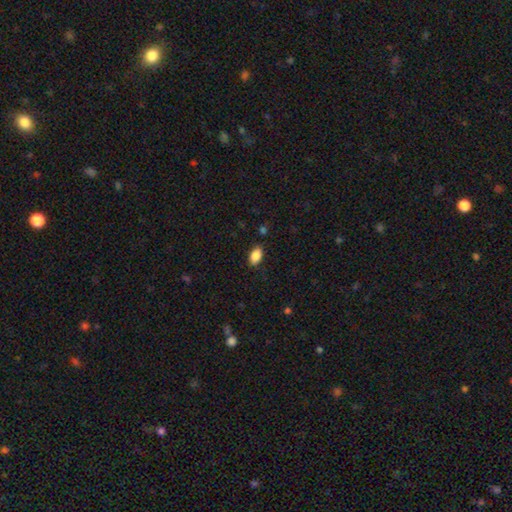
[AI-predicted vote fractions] A smooth galaxy with no disk features (87%) that is in between round and cigar-shaped (92%).

Vote fractions:
- Smooth or featured? smooth: 87% / star or artifact: 8% / featured or disk: 5%
- How rounded? in between: 92% / round: 6% / cigar-shaped: 3%
- Merging? none: 85% / minor disturbance: 11% / major disturbance: 2% / merger: 2%